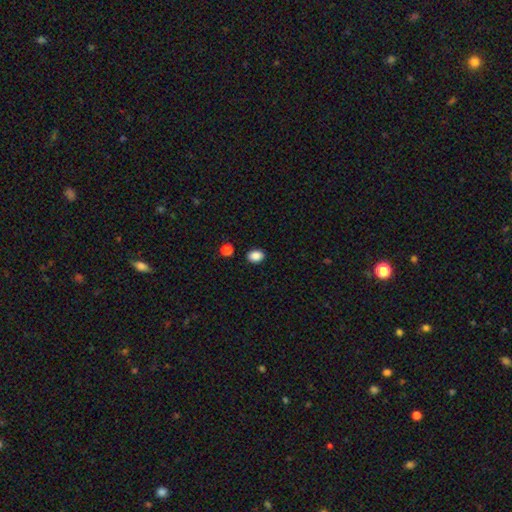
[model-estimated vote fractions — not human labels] Smooth or featured? smooth (88%)
How rounded? in between (74%)
Merging? none (88%)